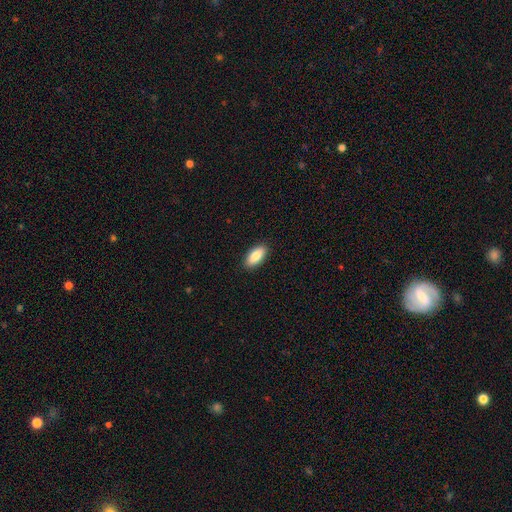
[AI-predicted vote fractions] Overall: smooth (85%). How rounded: in between (90%). Merging: none (90%).